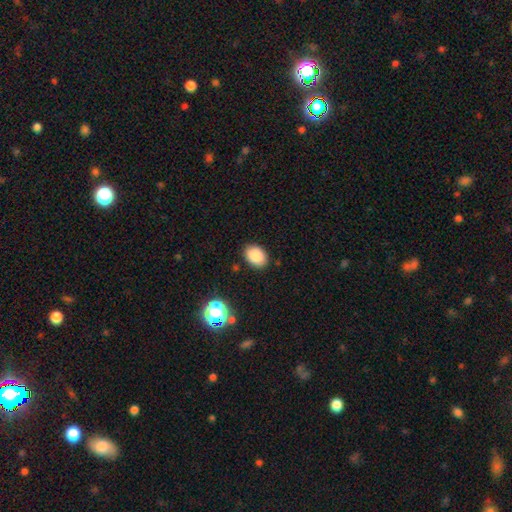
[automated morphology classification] smooth_or_featured: smooth (p=0.87) [alt: star or artifact p=0.09]
how_rounded: in between (p=0.75) [alt: round p=0.24]
merging: none (p=0.86) [alt: minor disturbance p=0.10]